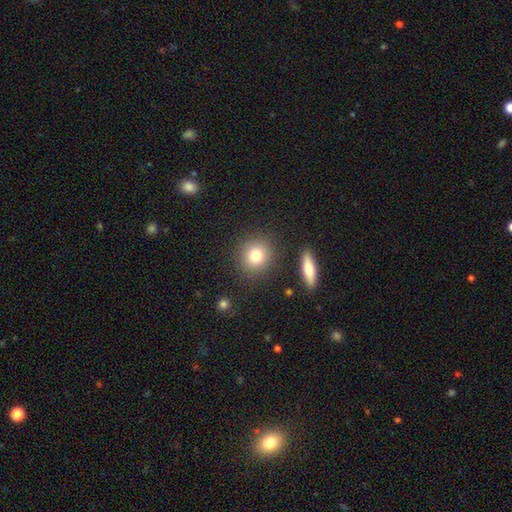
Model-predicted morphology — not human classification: type=smooth (79%); roundness=round (84%); merging=none (86%).